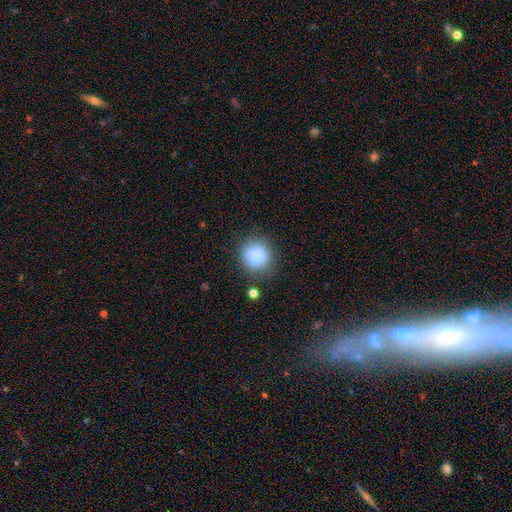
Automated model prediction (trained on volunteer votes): smooth 83%, star or artifact 10%, featured or disk 8%. Down the decision tree: how rounded — round (83%); merging — none (74%).